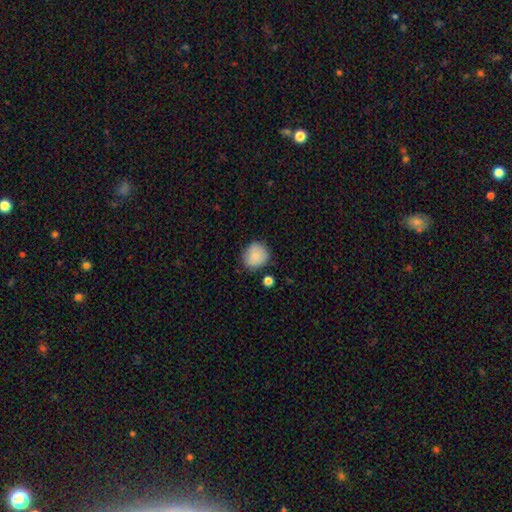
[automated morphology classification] smooth 82%, featured or disk 10%, star or artifact 8%. Down the decision tree: how rounded — round (84%); merging — none (76%).